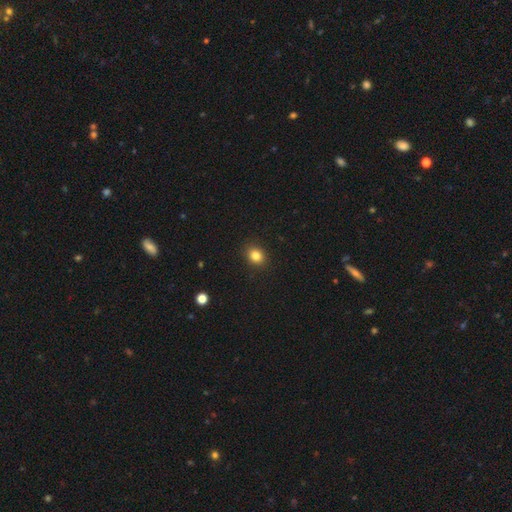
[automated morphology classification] Smooth or featured? smooth (84%)
How rounded? round (57%)
Merging? none (90%)